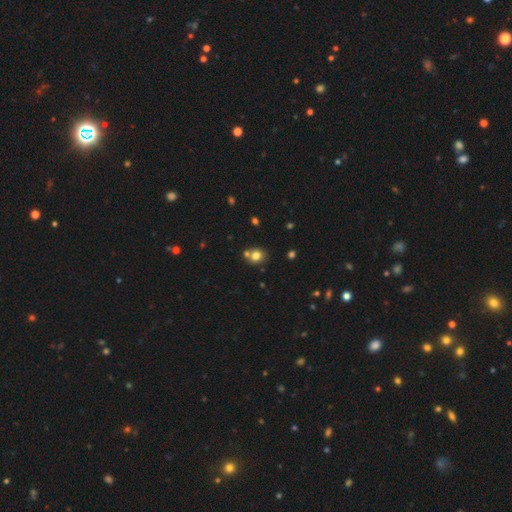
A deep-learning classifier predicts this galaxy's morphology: Smooth or featured? smooth (78%)
How rounded? round (76%)
Merging? none (61%)